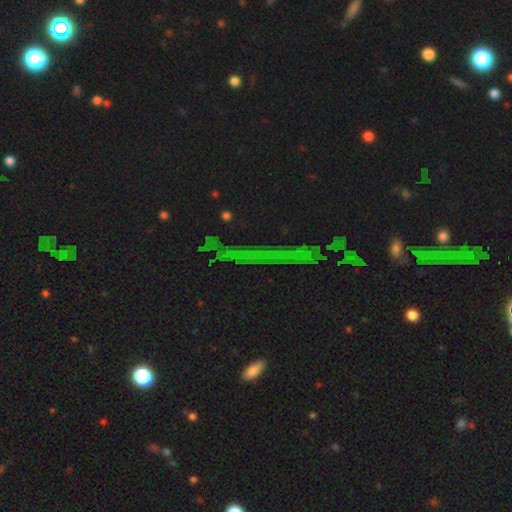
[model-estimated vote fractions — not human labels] Smooth or featured? Predicted: star or artifact (p=0.72).